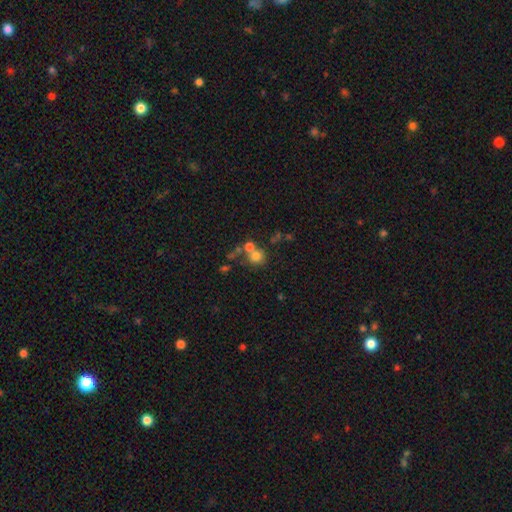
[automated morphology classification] smooth_or_featured: smooth (p=0.70) [alt: star or artifact p=0.15]
how_rounded: round (p=0.86) [alt: in between p=0.13]
merging: none (p=0.49) [alt: merger p=0.37]